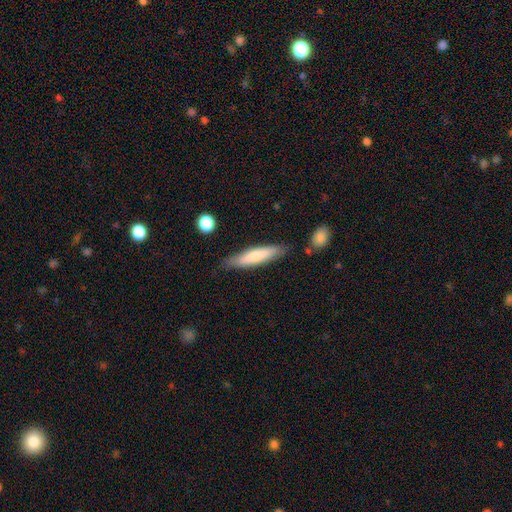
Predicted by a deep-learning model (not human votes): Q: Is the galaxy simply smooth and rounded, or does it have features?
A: smooth — 68%.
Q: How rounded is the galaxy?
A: cigar-shaped — 81%.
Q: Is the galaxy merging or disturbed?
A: none — 81%.